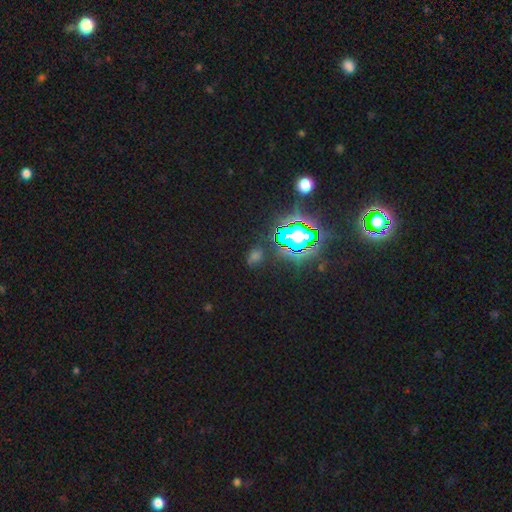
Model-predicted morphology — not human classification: Smooth or featured? Predicted: star or artifact (p=0.60).